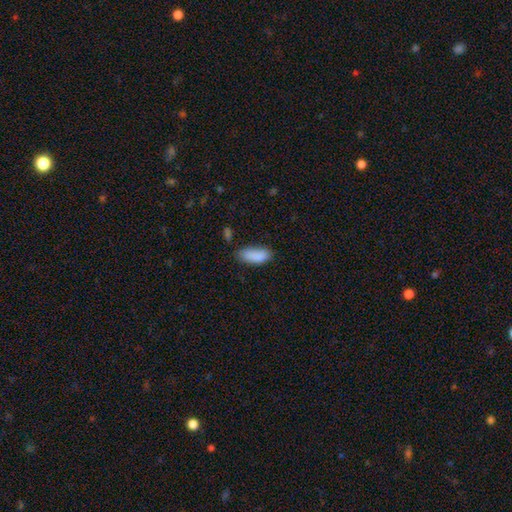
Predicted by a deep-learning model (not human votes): smooth-or-featured: smooth: 88% | star or artifact: 7% | featured or disk: 5%
  how-rounded: in between: 84% | cigar-shaped: 14% | round: 2%
  merging: none: 66% | minor disturbance: 25% | major disturbance: 6% | merger: 3%